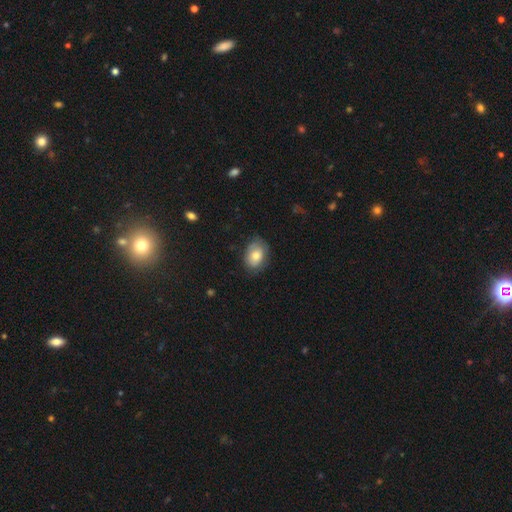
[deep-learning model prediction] This is likely a smooth galaxy (75%). How rounded: likely in between (75%). Merging: likely none (73%).